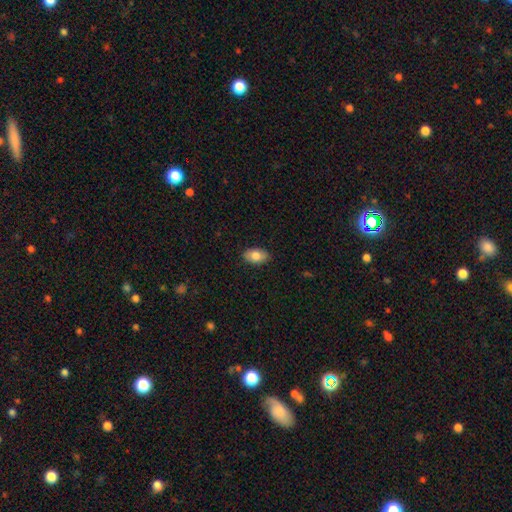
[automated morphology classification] type=smooth (81%); roundness=in between (91%); merging=none (87%).